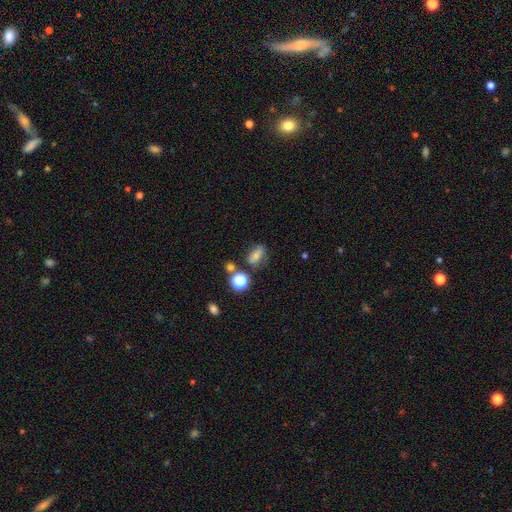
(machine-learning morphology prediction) smooth 62%, featured or disk 20%, star or artifact 18%. Down the decision tree: how rounded — in between (70%); merging — none (57%).